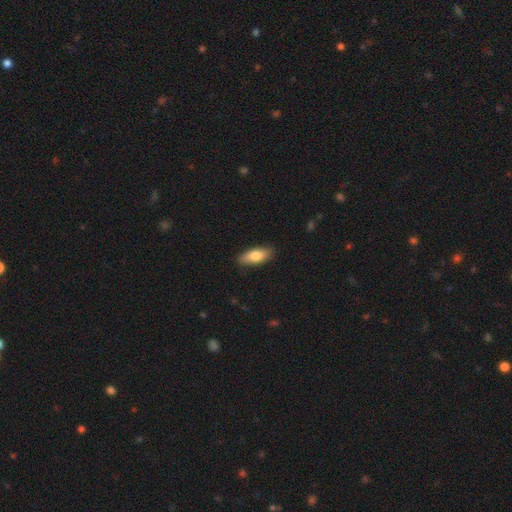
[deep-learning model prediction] A smooth galaxy with no disk features (78%) that is in between round and cigar-shaped (75%). Merging: none (86%).